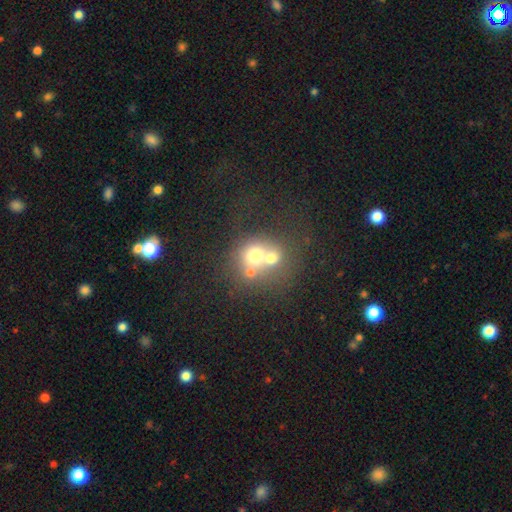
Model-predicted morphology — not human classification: Overall: smooth (60%; featured or disk 24%). How rounded: round (78%). Merging: merger (59%; none 29%).